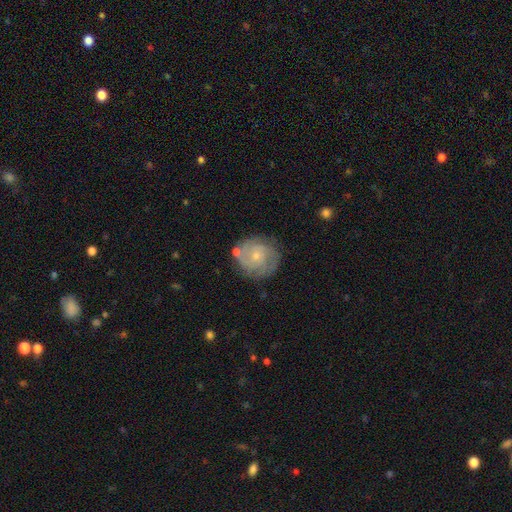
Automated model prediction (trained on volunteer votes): Smooth or featured: featured or disk — 73% (smooth — 20%)
Edge-on disk: no — 98% (yes — 2%)
Bar: no — 75% (weak — 22%)
Spiral arms: yes — 91% (no — 9%)
Spiral winding: tight — 61% (medium — 31%)
Spiral arm count: 2 — 31% (can't tell — 27%)
Bulge size: small — 74% (moderate — 22%)
Merging: none — 73% (minor disturbance — 17%)